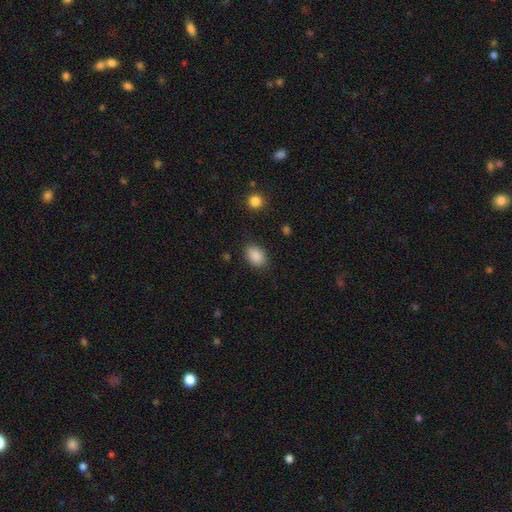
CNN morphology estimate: This appears to be a smooth galaxy with no disk features (89%) that is in between round and cigar-shaped (83%). Merging: none (85%).